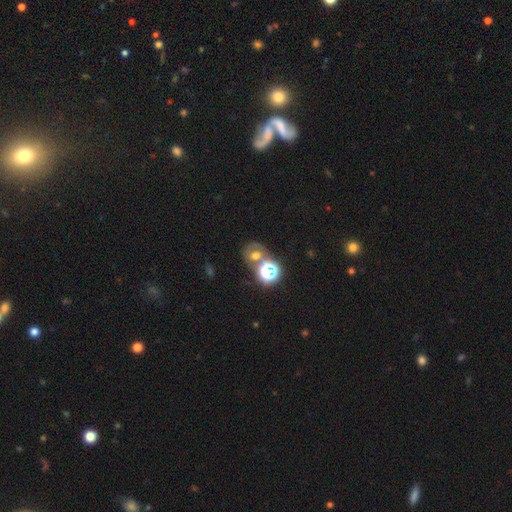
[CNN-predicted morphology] A smooth galaxy with no disk features (45%). Merging: none (45%).